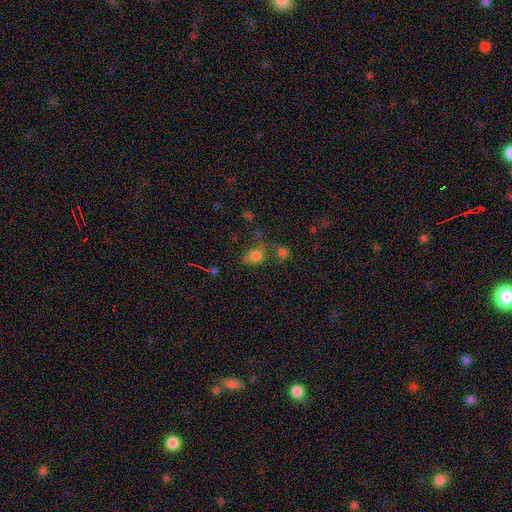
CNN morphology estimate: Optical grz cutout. It shows a smooth galaxy with no disk features (72%) that is round (50%). Merging: none (42%).